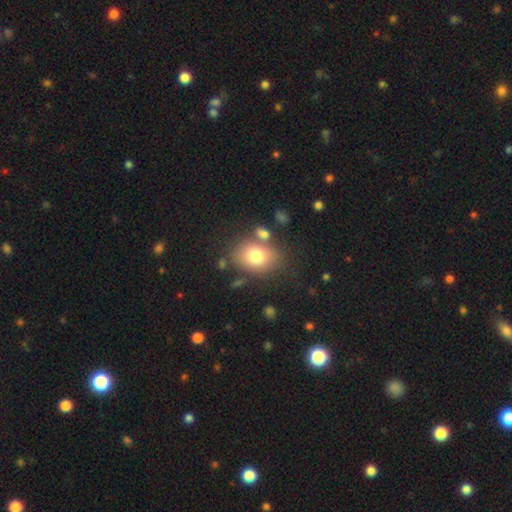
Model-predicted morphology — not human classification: Smooth or featured? smooth (76%)
How rounded? in between (63%)
Merging? none (70%)